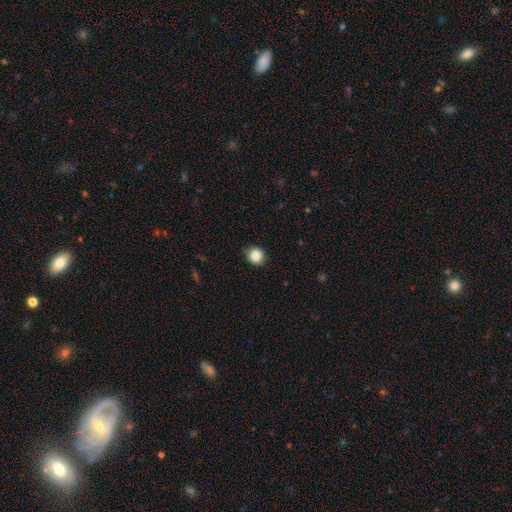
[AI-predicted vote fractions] Smooth or featured?
  - smooth: 85% *
  - star or artifact: 10%
  - featured or disk: 5%
How rounded?
  - round: 87% *
  - in between: 12%
  - cigar-shaped: 1%
Merging?
  - none: 86% *
  - minor disturbance: 10%
  - major disturbance: 2%
  - merger: 1%